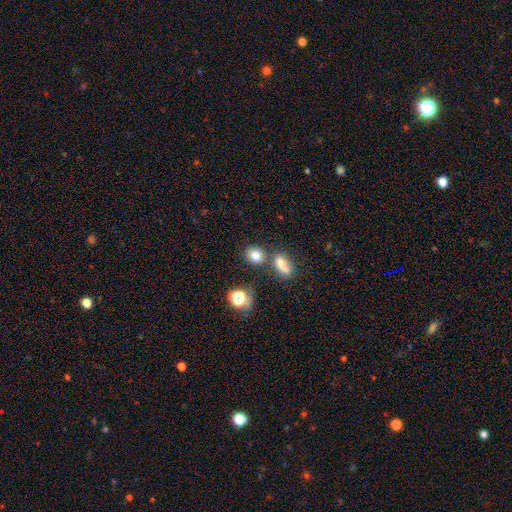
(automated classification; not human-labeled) The model was most divided on "how rounded": round: 66%, in between: 32%, cigar-shaped: 2%. More confident: smooth or featured — smooth (76%); merging — none (71%).